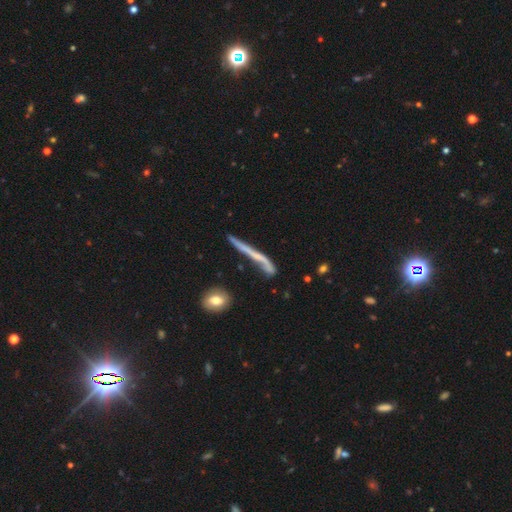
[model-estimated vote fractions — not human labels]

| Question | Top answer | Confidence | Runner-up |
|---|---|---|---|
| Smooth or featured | featured or disk | 57% | smooth (34%) |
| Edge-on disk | yes | 81% | no (19%) |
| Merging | none | 58% | minor disturbance (23%) |